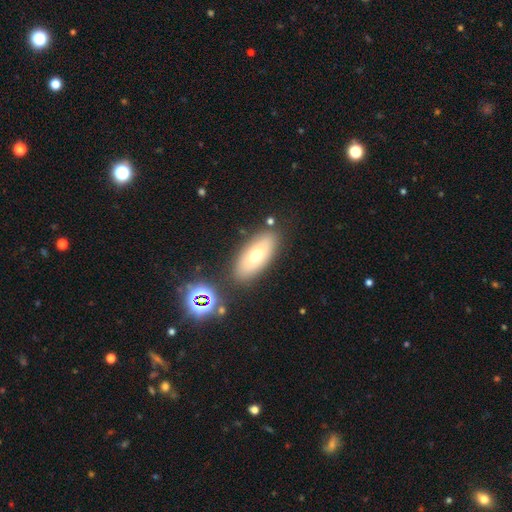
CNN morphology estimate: Smooth or featured? Predicted: smooth (p=0.64). How rounded? Predicted: in between (p=0.82). Merging? Predicted: none (p=0.82).